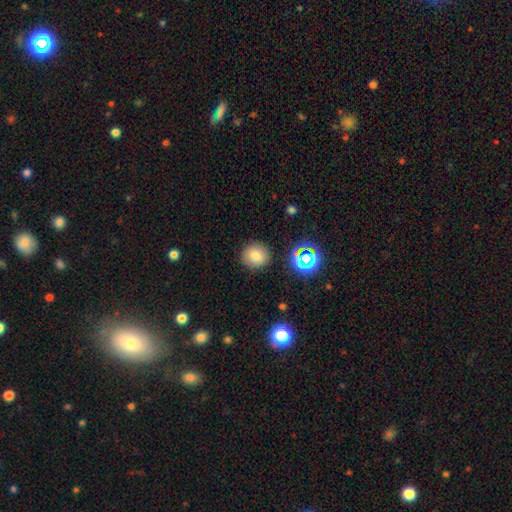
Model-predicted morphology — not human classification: Smooth or featured? smooth (77%)
How rounded? round (85%)
Merging? none (88%)